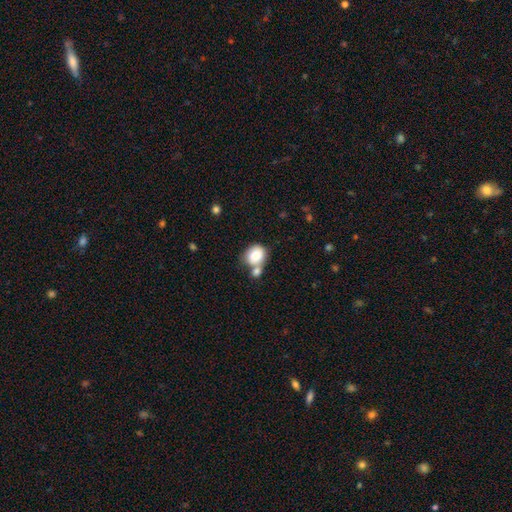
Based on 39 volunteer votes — Smooth or featured?
  - smooth: 90% *
  - featured or disk: 8%
  - star or artifact: 3%
How rounded?
  - in between: 51% *
  - round: 46%
  - cigar-shaped: 3%
Merging?
  - merger: 45% *
  - none: 39%
  - minor disturbance: 13%
  - major disturbance: 3%